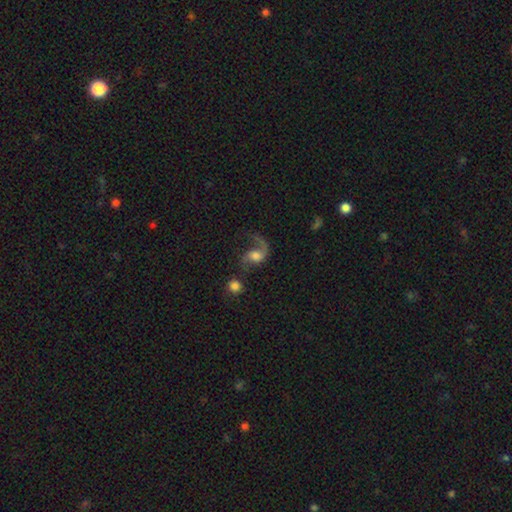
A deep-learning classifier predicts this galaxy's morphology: A featured or disk galaxy (78%) with no bar (57%), 2 (54%) loose (74%) spiral arms (94%) and a moderate central bulge (53%). Merging: none (42%).